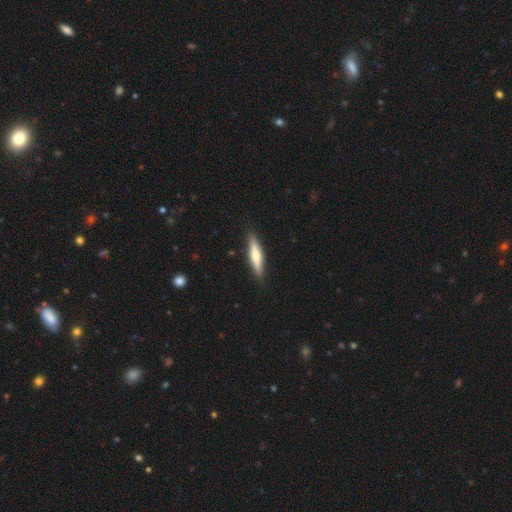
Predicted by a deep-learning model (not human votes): The model was most divided on "smooth or featured": smooth: 60%, featured or disk: 35%, star or artifact: 5%. More confident: merging — none (89%); how rounded — cigar-shaped (82%).